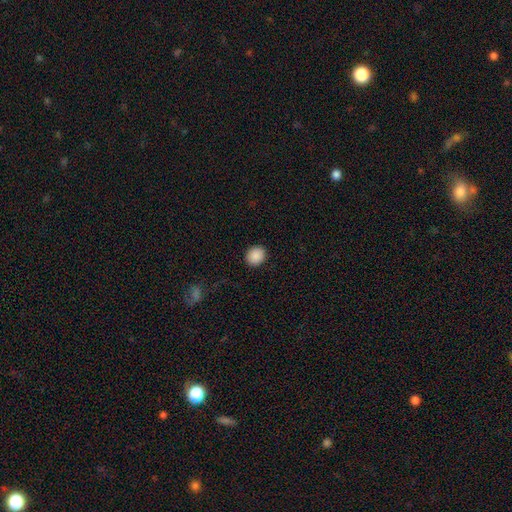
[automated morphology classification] This appears to be a smooth galaxy with no disk features (89%) that is round (75%). Merging: none (91%).